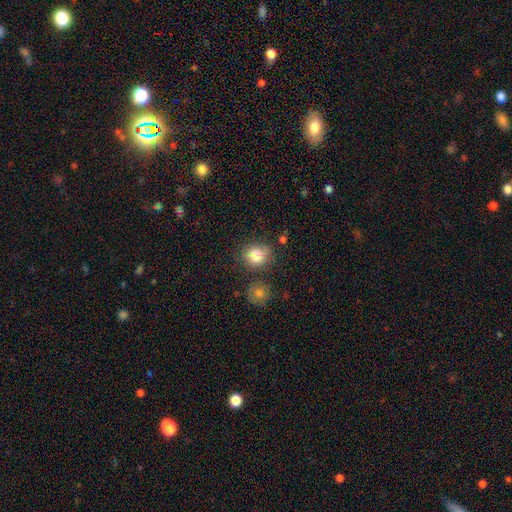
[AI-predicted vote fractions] smooth 82%, star or artifact 10%, featured or disk 8%. Down the decision tree: how rounded — round (72%); merging — none (72%).